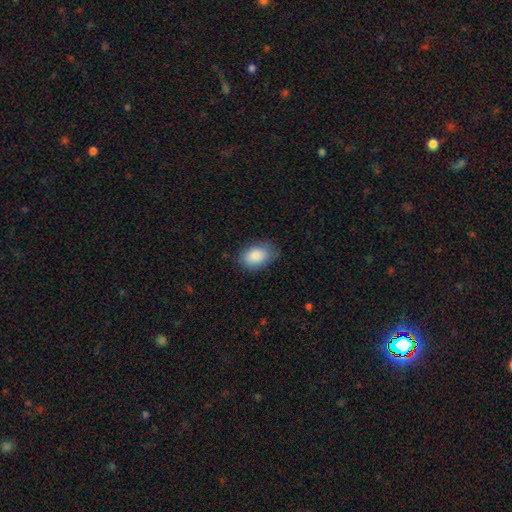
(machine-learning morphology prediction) A smooth galaxy with no disk features (89%) that is in between round and cigar-shaped (88%).

Vote fractions:
- Smooth or featured? smooth: 89% / star or artifact: 7% / featured or disk: 5%
- How rounded? in between: 88% / round: 10% / cigar-shaped: 1%
- Merging? none: 77% / minor disturbance: 18% / major disturbance: 4% / merger: 1%